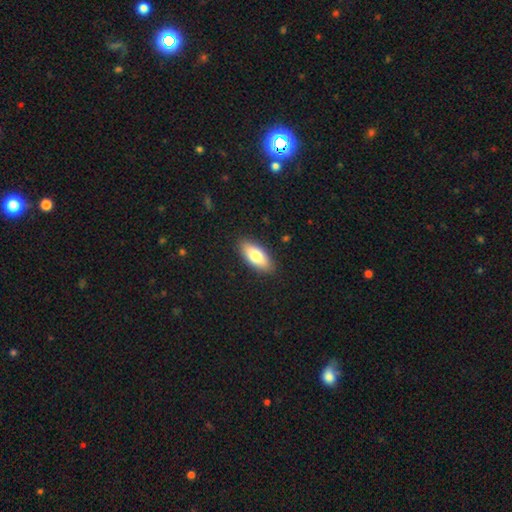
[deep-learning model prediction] This appears to be a smooth galaxy with no disk features (76%) that is in between round and cigar-shaped (82%). Merging: none (88%).